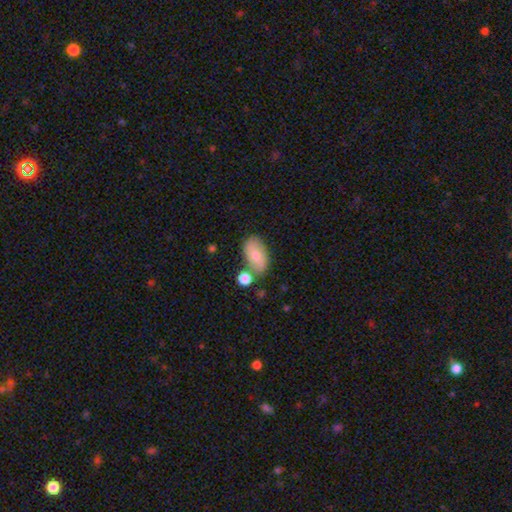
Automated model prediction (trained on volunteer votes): The model was most divided on "merging": none: 63%, minor disturbance: 17%, merger: 15%, major disturbance: 5%. More confident: how rounded — in between (92%); smooth or featured — smooth (71%).